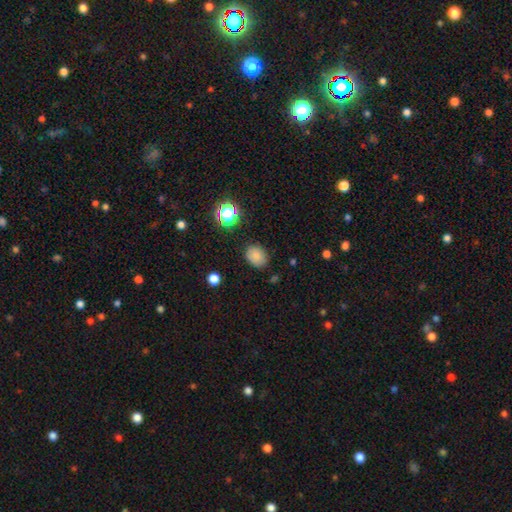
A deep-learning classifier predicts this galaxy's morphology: smooth 81%, star or artifact 13%, featured or disk 6%. Down the decision tree: how rounded — in between (56%); merging — none (82%).